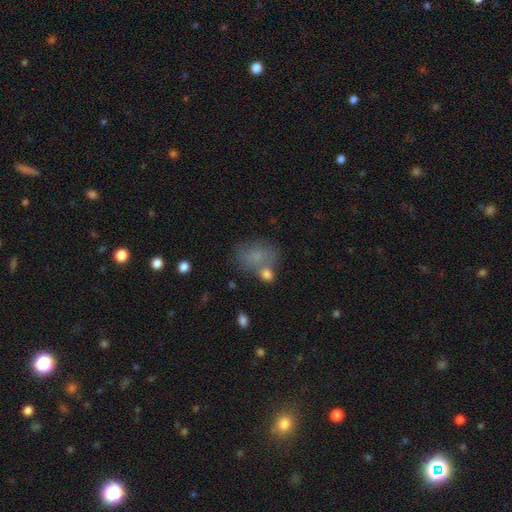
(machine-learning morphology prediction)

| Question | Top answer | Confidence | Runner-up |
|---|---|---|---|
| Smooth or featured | smooth | 69% | featured or disk (16%) |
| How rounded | in between | 64% | round (35%) |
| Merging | none | 50% | minor disturbance (21%) |